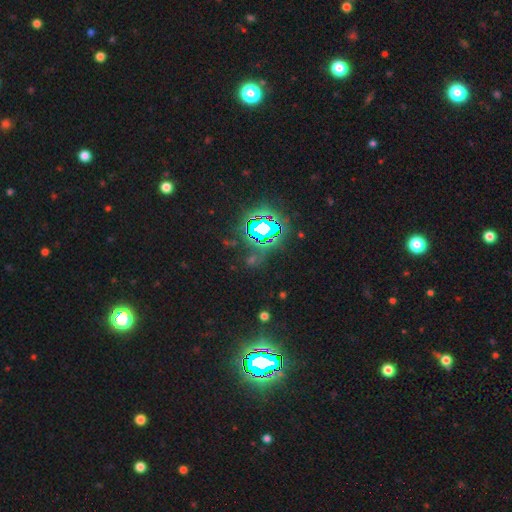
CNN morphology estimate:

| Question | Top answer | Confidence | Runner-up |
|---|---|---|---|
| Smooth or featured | star or artifact | 77% | smooth (14%) |